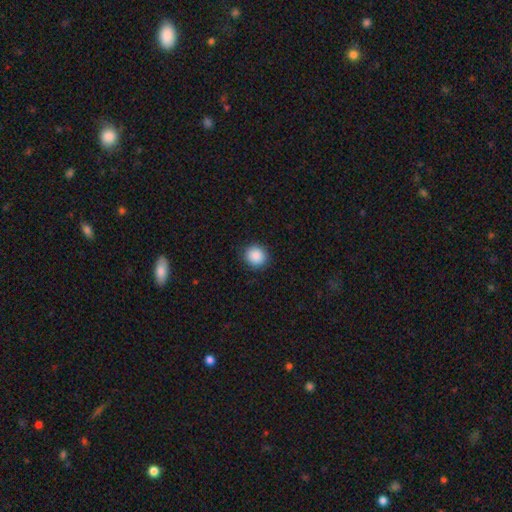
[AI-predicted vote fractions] smooth_or_featured: smooth (p=0.89) [alt: star or artifact p=0.08]
how_rounded: round (p=0.89) [alt: in between p=0.10]
merging: none (p=0.90) [alt: minor disturbance p=0.07]